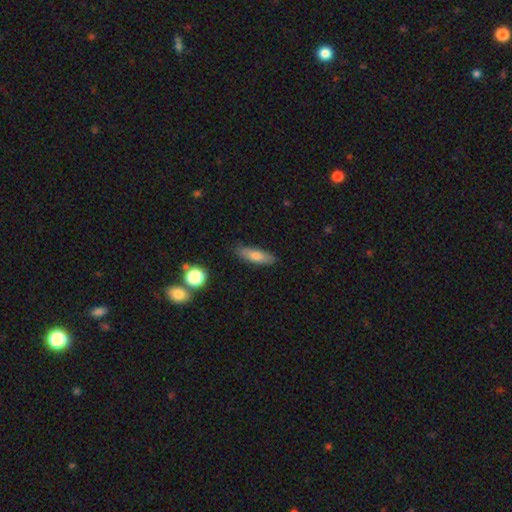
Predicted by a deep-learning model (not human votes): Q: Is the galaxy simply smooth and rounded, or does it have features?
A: smooth — 71%.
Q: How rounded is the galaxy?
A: cigar-shaped — 55%.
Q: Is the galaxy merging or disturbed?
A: none — 85%.